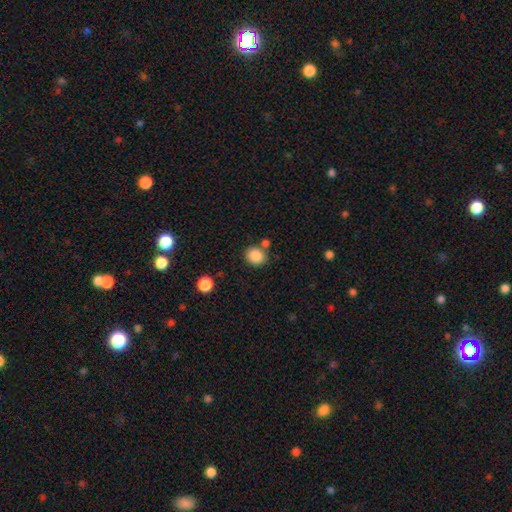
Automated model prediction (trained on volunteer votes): smooth 87%, star or artifact 9%, featured or disk 4%. Down the decision tree: how rounded — round (67%); merging — none (71%).